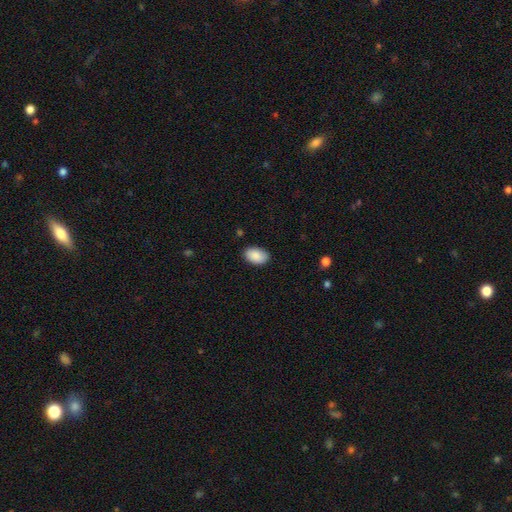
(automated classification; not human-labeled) Smooth or featured? Predicted: smooth (p=0.90). How rounded? Predicted: in between (p=0.90). Merging? Predicted: none (p=0.86).